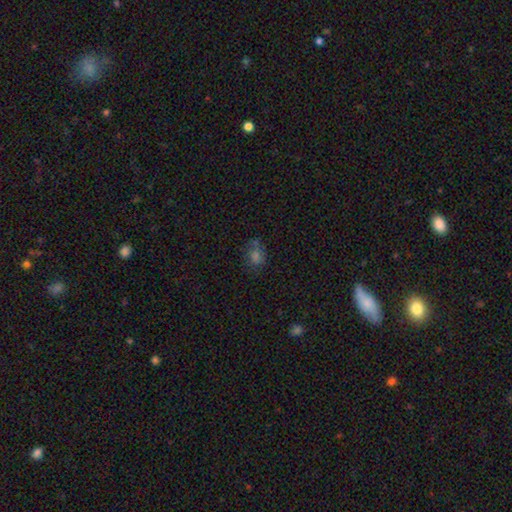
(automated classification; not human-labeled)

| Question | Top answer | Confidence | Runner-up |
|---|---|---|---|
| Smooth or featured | smooth | 54% | star or artifact (32%) |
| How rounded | round | 56% | in between (42%) |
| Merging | none | 64% | minor disturbance (18%) |